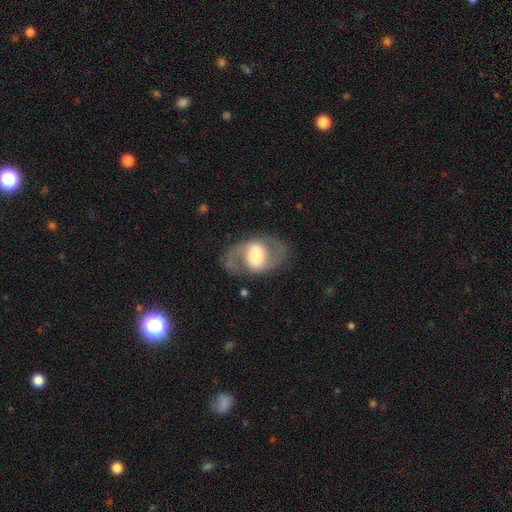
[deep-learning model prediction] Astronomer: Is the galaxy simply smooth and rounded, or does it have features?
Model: featured or disk — 70%.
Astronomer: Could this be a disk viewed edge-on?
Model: no — 96%.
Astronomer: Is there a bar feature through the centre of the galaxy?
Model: weak — 38% (runner-up: no, 32%).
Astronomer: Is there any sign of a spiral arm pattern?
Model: yes — 78%.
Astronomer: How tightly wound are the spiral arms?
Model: medium — 52% (runner-up: loose, 32%).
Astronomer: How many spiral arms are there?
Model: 2 — 89%.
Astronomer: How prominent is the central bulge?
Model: moderate — 40% (runner-up: large, 34%).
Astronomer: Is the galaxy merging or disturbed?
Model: none — 73%.